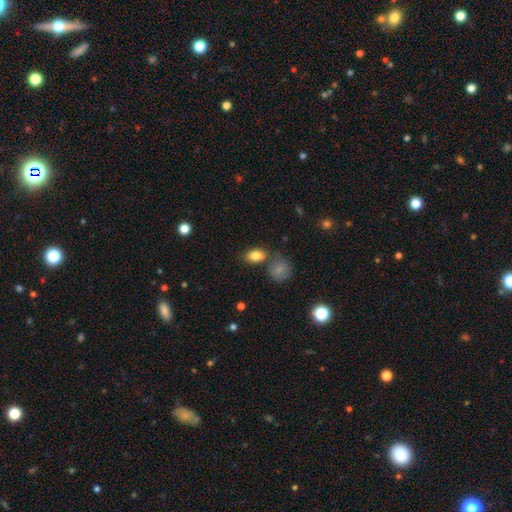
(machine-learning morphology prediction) smooth_or_featured: smooth (p=0.83) [alt: star or artifact p=0.09]
how_rounded: in between (p=0.83) [alt: round p=0.15]
merging: none (p=0.66) [alt: merger p=0.16]